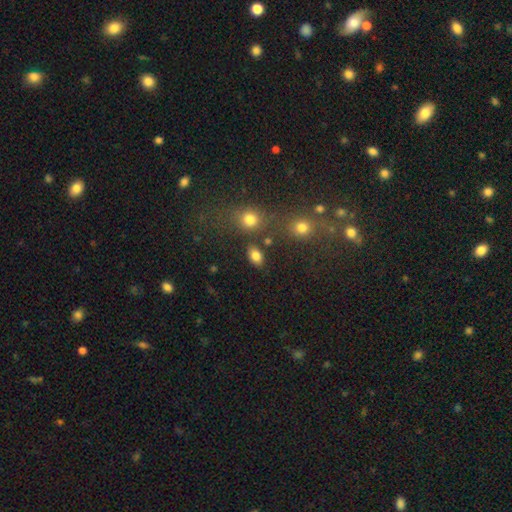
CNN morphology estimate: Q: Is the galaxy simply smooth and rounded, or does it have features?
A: smooth — 82%.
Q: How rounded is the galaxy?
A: in between — 78%.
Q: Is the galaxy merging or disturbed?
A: none — 78%.